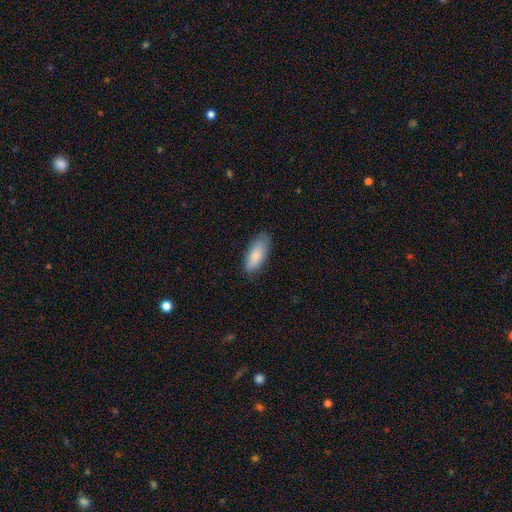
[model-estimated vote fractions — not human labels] This is clearly a smooth galaxy (84%). How rounded: clearly in between (82%). Merging: likely none (80%).